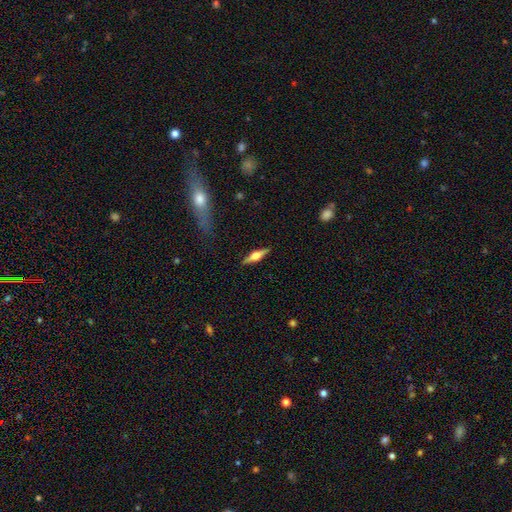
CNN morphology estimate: Overall: featured or disk (65%; smooth 29%). Edge-on disk: yes (97%). Edge-on bulge: rounded (91%). Merging: none (88%).